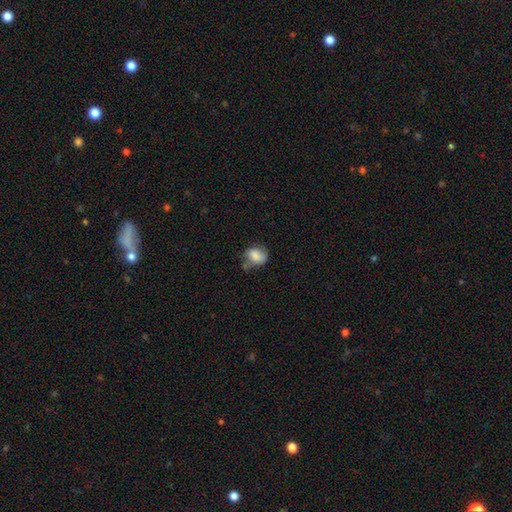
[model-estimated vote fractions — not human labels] Morphology: type=smooth (74%); roundness=in between (62%); merging=none (41%).